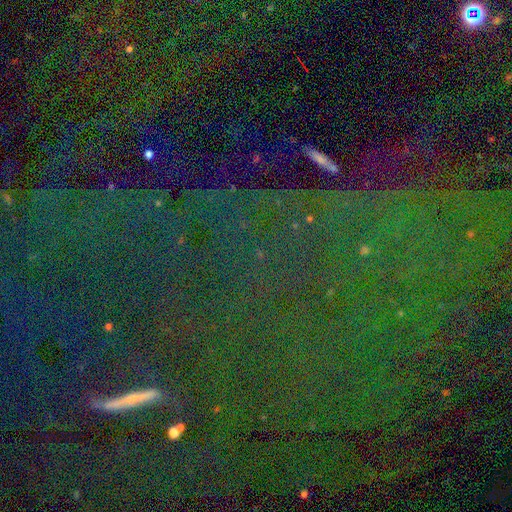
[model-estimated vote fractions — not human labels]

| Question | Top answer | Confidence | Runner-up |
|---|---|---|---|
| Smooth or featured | star or artifact | 83% | smooth (9%) |